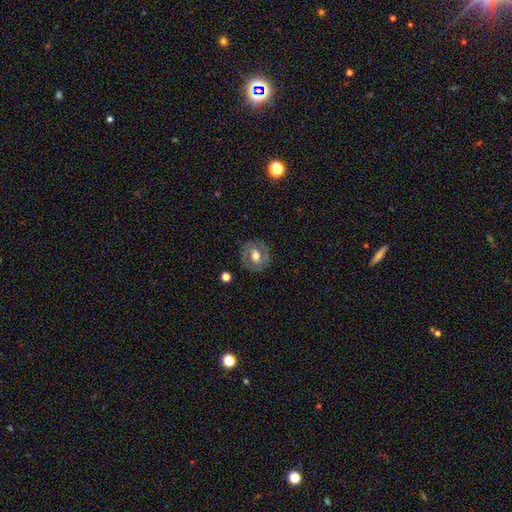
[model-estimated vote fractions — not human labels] A featured or disk galaxy (59%) with no bar (40%, tied with weak), spiral arms (51%) and a moderate central bulge (69%). Merging: none (82%).